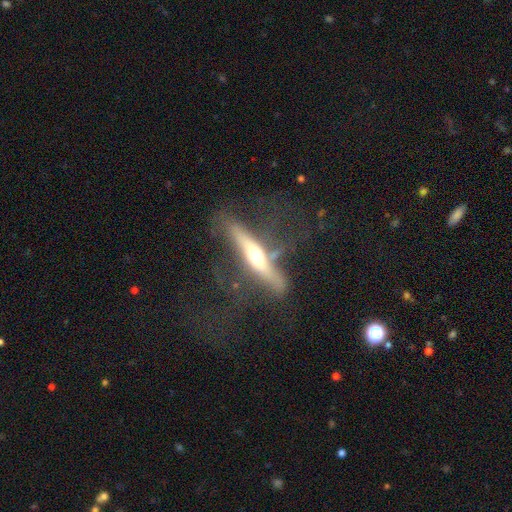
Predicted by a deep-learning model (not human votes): Smooth or featured?
  - featured or disk: 68% *
  - smooth: 25%
  - star or artifact: 6%
Edge-on disk?
  - yes: 86% *
  - no: 14%
Edge-on bulge?
  - rounded: 88% *
  - none: 8%
  - boxy: 4%
Merging?
  - none: 48% *
  - major disturbance: 23%
  - minor disturbance: 22%
  - merger: 7%